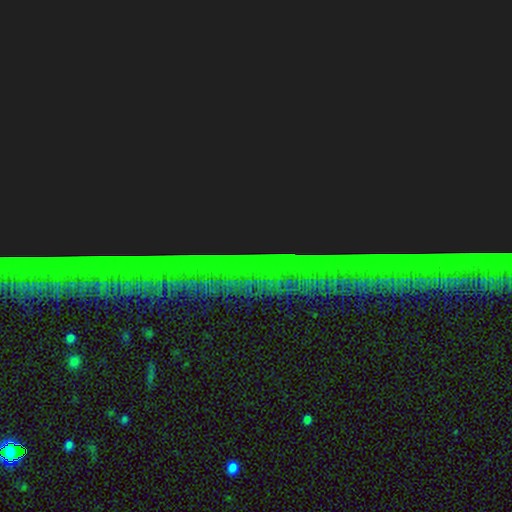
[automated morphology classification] Smooth or featured: star or artifact — 86% (featured or disk — 8%)